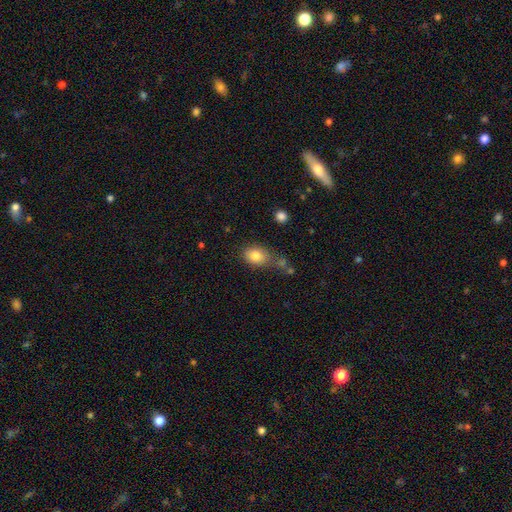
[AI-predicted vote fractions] Smooth or featured? Predicted: smooth (p=0.82). How rounded? Predicted: in between (p=0.68). Merging? Predicted: none (p=0.60).